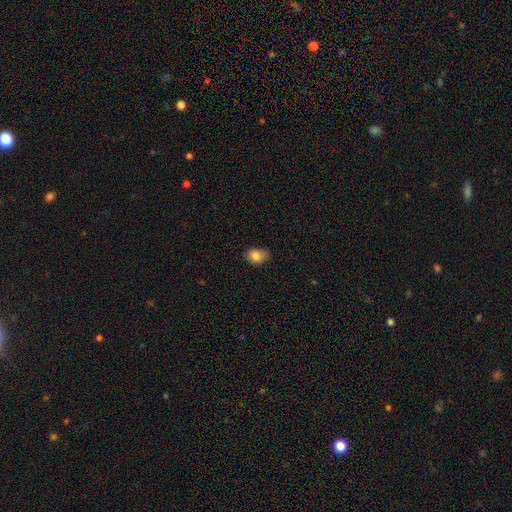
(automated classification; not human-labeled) Smooth or featured: smooth — 84% (star or artifact — 9%)
How rounded: in between — 67% (round — 32%)
Merging: none — 63% (minor disturbance — 30%)